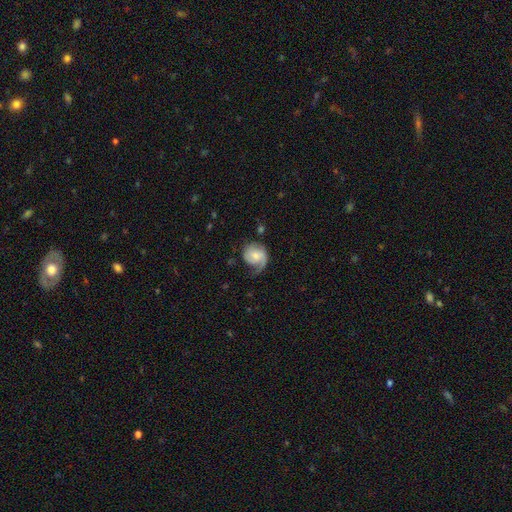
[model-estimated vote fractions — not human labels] Overall: featured or disk (63%; smooth 30%). Edge-on disk: no (97%). Bar: no (65%; weak 30%). Spiral arms: yes (92%). Spiral arm count: 1 (49%; 2 38%). Spiral winding: medium (38%; tight 35%). Bulge size: small (43%; moderate 42%). Merging: none (49%; minor disturbance 28%).